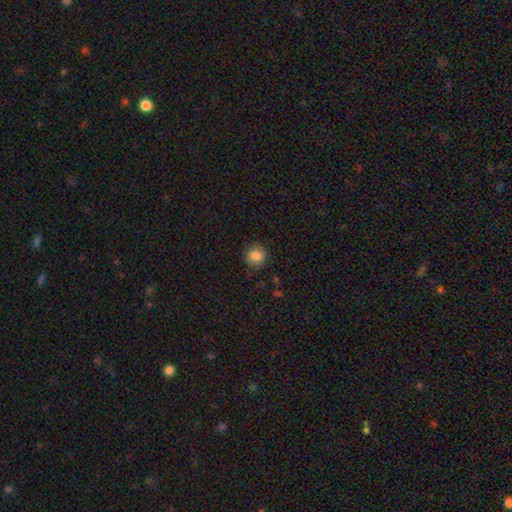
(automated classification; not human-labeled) A smooth galaxy with no disk features (85%) that is round (81%).

Vote fractions:
- Smooth or featured? smooth: 85% / star or artifact: 10% / featured or disk: 5%
- How rounded? round: 81% / in between: 18% / cigar-shaped: 1%
- Merging? none: 81% / minor disturbance: 14% / major disturbance: 4% / merger: 1%